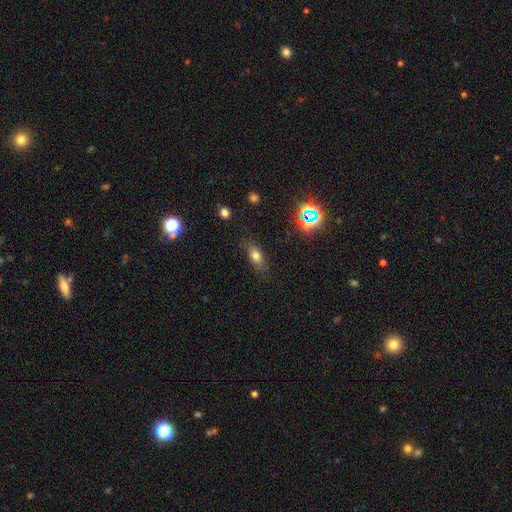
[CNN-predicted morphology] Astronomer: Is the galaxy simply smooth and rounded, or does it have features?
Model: smooth — 72%.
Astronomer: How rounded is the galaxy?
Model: in between — 76%.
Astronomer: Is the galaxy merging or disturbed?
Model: none — 78%.